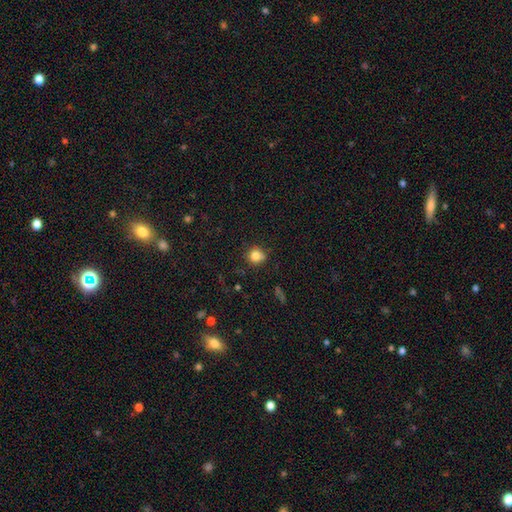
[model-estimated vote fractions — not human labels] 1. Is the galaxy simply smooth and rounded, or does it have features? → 80% smooth, 12% star or artifact, 7% featured or disk.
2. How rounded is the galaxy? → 87% round, 12% in between, 1% cigar-shaped.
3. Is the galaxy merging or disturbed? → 75% none, 16% minor disturbance, 5% merger, 4% major disturbance.